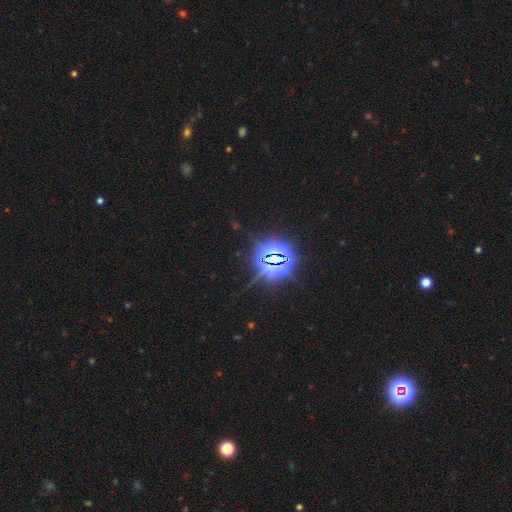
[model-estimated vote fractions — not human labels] Overall: star or artifact (84%).